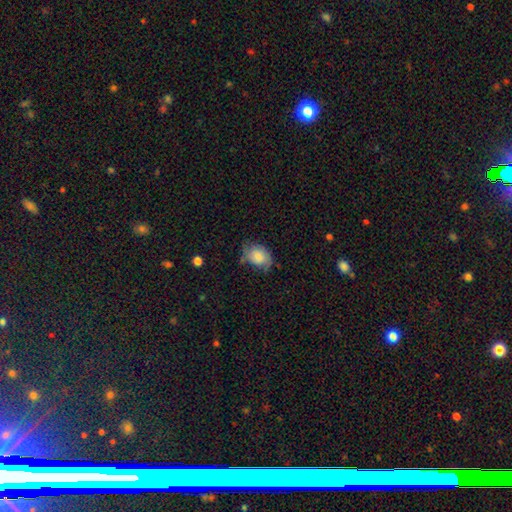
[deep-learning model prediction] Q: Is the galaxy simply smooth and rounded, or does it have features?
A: smooth — 70%.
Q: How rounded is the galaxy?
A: in between — 73%.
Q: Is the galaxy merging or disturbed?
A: none — 48%.